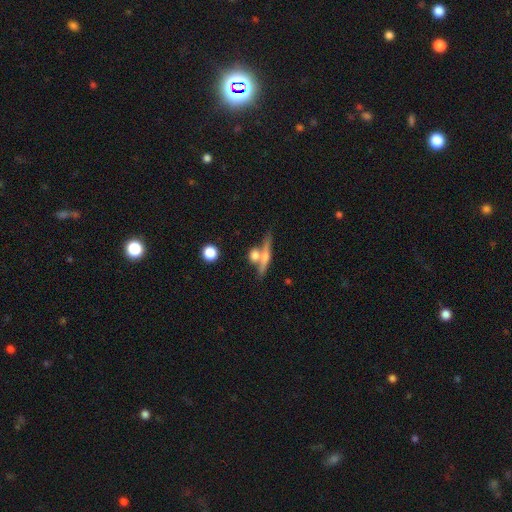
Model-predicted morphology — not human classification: Overall: smooth (47%; featured or disk 45%). Merging: none (52%; merger 34%).